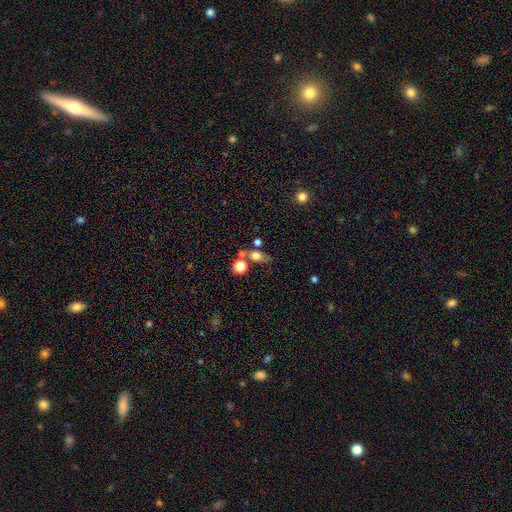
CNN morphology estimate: smooth_or_featured: smooth (p=0.67) [alt: featured or disk p=0.17]
how_rounded: in between (p=0.50) [alt: round p=0.45]
merging: none (p=0.51) [alt: merger p=0.26]